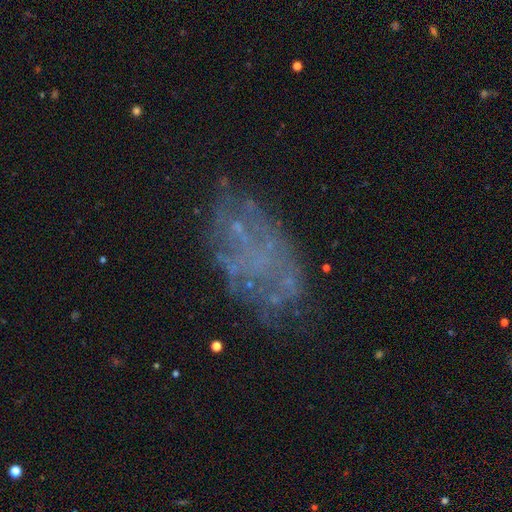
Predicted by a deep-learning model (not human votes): Smooth or featured? featured or disk (53%)
Edge-on disk? no (96%)
Bar? no (92%)
Spiral arms? no (81%)
Bulge size? none (84%)
Merging? none (64%)